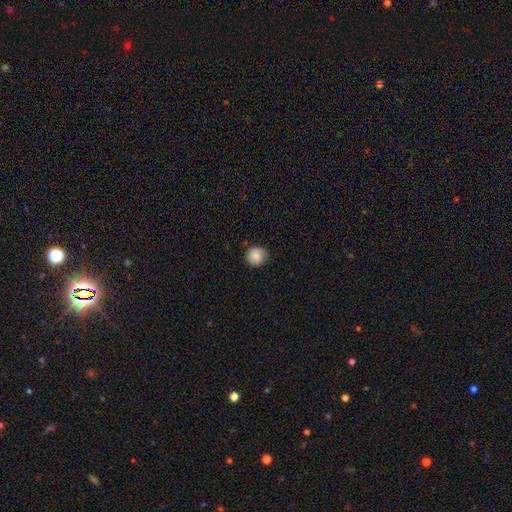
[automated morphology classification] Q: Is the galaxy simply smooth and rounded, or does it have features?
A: smooth — 82%.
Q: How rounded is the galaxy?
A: round — 88%.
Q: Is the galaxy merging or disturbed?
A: none — 75%.